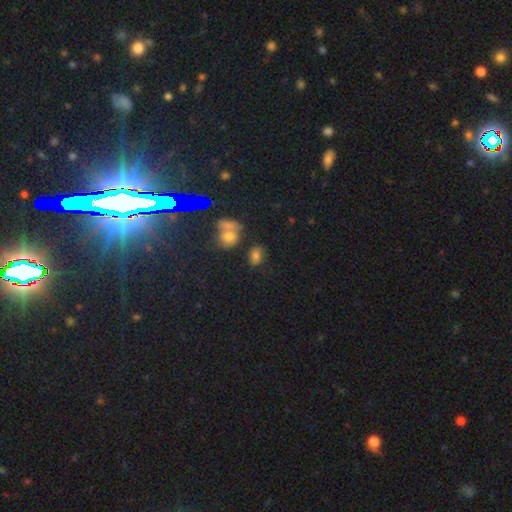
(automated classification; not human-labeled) Smooth or featured?
  - smooth: 68% *
  - star or artifact: 20%
  - featured or disk: 12%
How rounded?
  - in between: 65% *
  - round: 33%
  - cigar-shaped: 2%
Merging?
  - none: 65% *
  - minor disturbance: 17%
  - merger: 13%
  - major disturbance: 6%